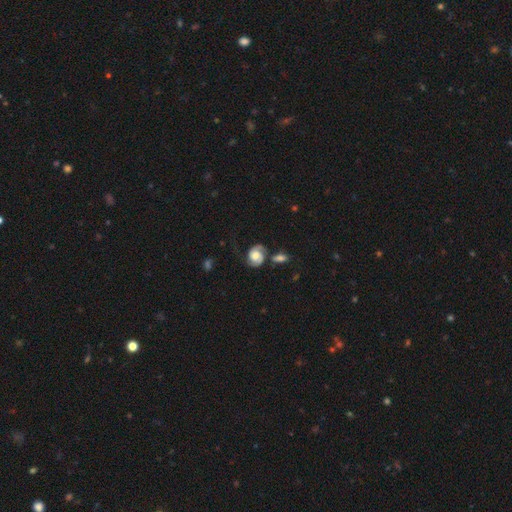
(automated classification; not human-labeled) Q: Smooth or featured?
A: featured or disk (76%); runner-up: smooth (18%)
Q: Edge-on disk?
A: no (98%); runner-up: yes (2%)
Q: Bar?
A: no (67%); runner-up: weak (27%)
Q: Spiral arms?
A: yes (95%); runner-up: no (5%)
Q: Spiral winding?
A: medium (45%); runner-up: tight (41%)
Q: Spiral arm count?
A: 2 (88%); runner-up: can't tell (4%)
Q: Bulge size?
A: moderate (49%); runner-up: large (28%)
Q: Merging?
A: none (60%); runner-up: minor disturbance (19%)